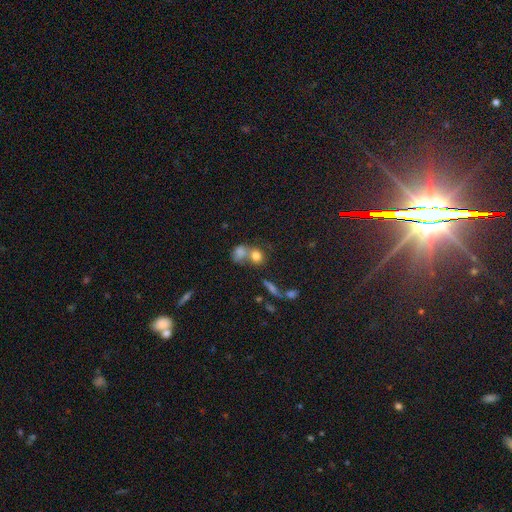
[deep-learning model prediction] This is likely a smooth galaxy (76%). How rounded: likely round (63%). Merging: possibly merger (49%).